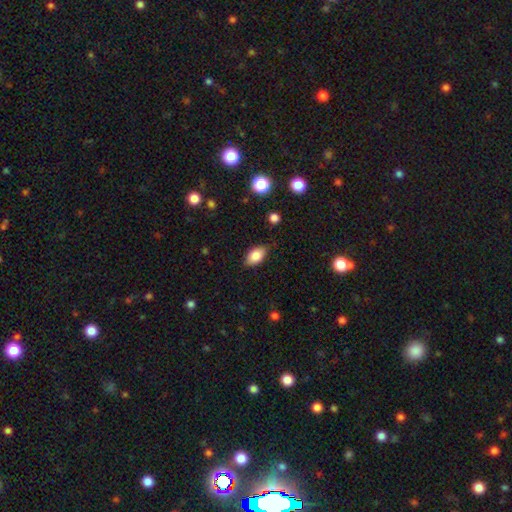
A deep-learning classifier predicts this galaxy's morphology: smooth_or_featured: smooth (p=0.85) [alt: star or artifact p=0.08]
how_rounded: in between (p=0.91) [alt: round p=0.06]
merging: none (p=0.83) [alt: minor disturbance p=0.13]